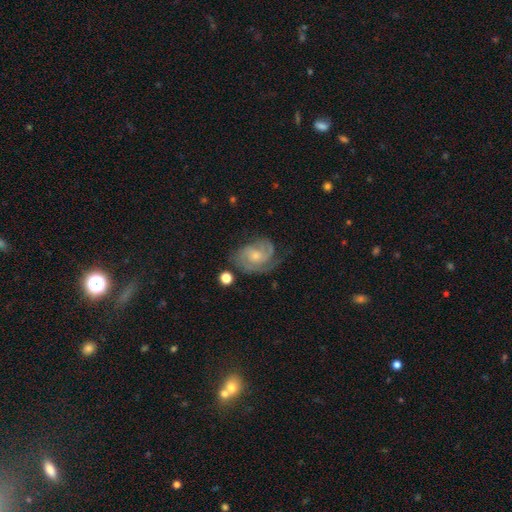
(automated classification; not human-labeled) A featured or disk galaxy (82%) with no bar (67%), 2 (42%) tight (48%) spiral arms (95%) and a small central bulge (50%). Merging: none (61%).